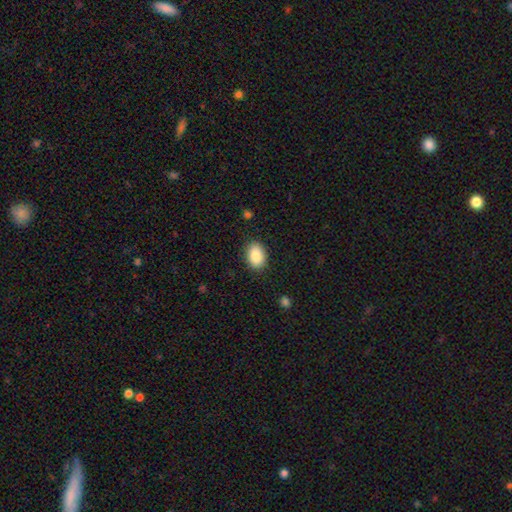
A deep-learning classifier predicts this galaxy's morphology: smooth 88%, star or artifact 7%, featured or disk 4%. Down the decision tree: how rounded — in between (85%); merging — none (87%).